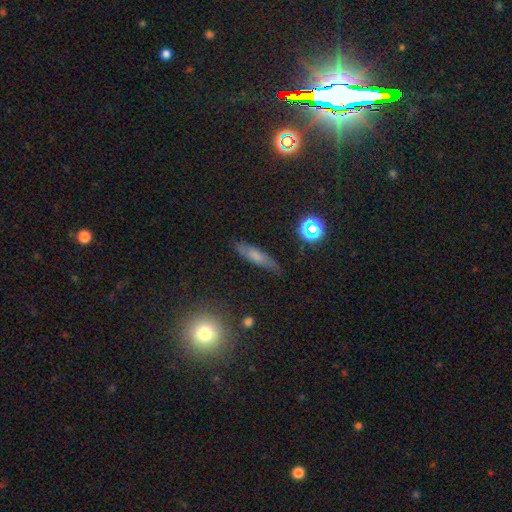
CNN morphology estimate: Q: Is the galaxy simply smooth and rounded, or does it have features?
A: smooth — 62%.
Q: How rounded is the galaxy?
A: cigar-shaped — 73%.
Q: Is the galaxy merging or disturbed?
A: none — 79%.